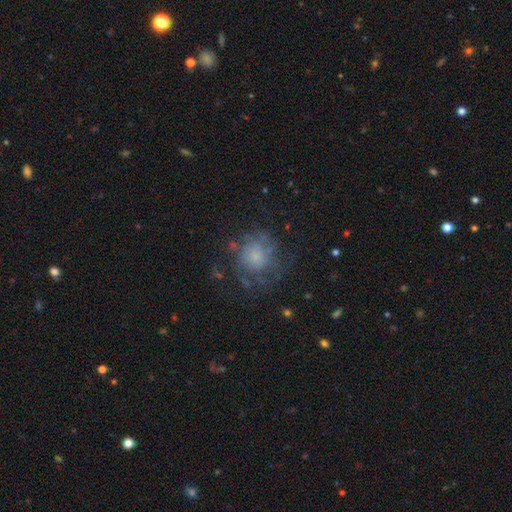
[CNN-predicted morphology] Smooth or featured? smooth (46%)
Merging? none (56%)